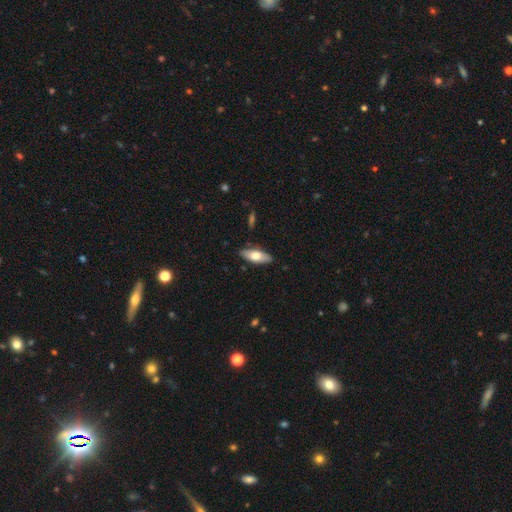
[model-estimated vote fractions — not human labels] Smooth or featured?
  - smooth: 64% *
  - featured or disk: 30%
  - star or artifact: 6%
How rounded?
  - in between: 76% *
  - cigar-shaped: 22%
  - round: 2%
Merging?
  - none: 83% *
  - minor disturbance: 13%
  - major disturbance: 2%
  - merger: 2%